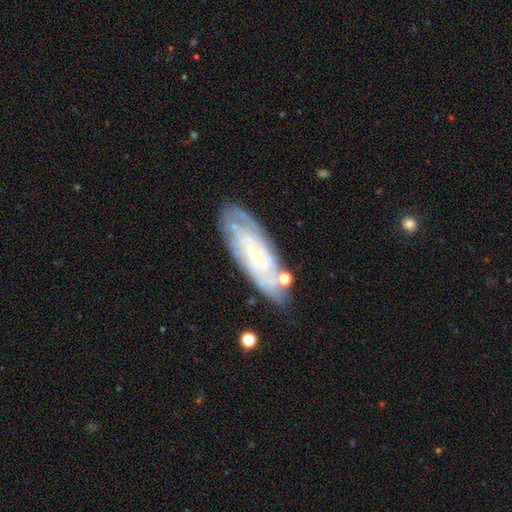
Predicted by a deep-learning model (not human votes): Morphology: type=featured or disk (67%); edge-on=no (83%); bar=no (70%); spiral arms=yes (83%); bulge=small (76%); merging=none (72%).